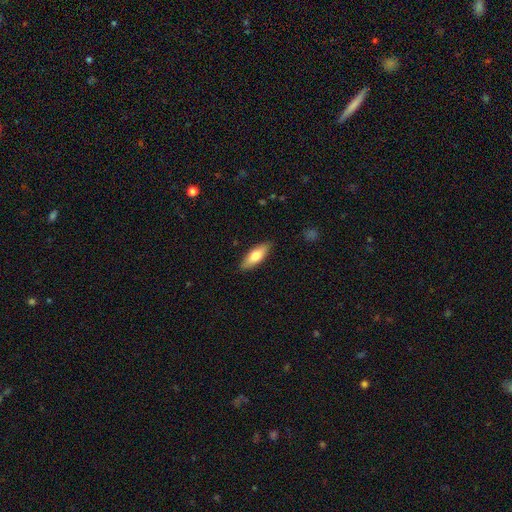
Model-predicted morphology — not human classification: smooth-or-featured: smooth: 71% | featured or disk: 23% | star or artifact: 6%
  how-rounded: in between: 67% | cigar-shaped: 31% | round: 2%
  merging: none: 87% | minor disturbance: 10% | major disturbance: 2% | merger: 1%